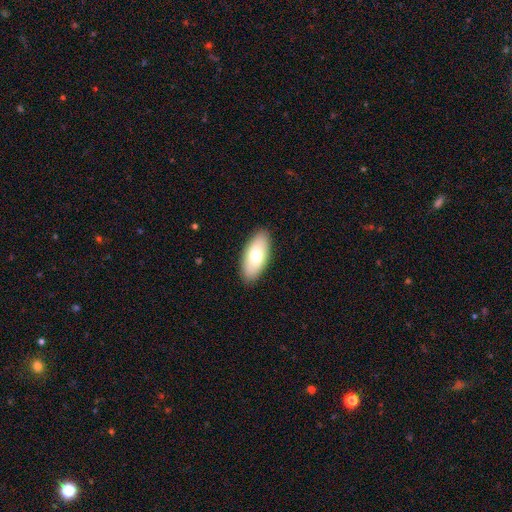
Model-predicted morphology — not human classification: smooth-or-featured: smooth: 75% | featured or disk: 19% | star or artifact: 6%
  how-rounded: in between: 89% | cigar-shaped: 9% | round: 2%
  merging: none: 89% | minor disturbance: 8% | major disturbance: 2% | merger: 1%